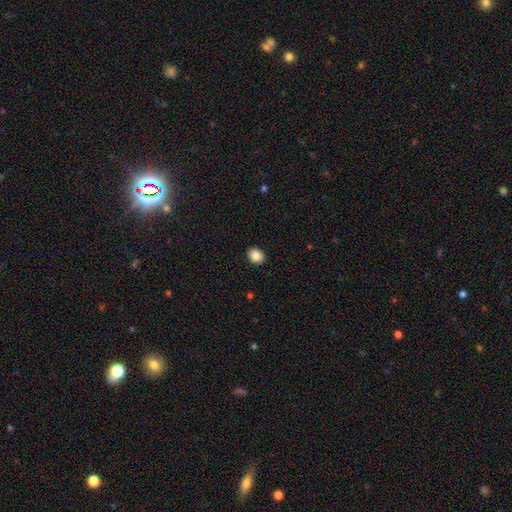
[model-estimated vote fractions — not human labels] This appears to be a smooth galaxy with no disk features (87%) that is round (57%). Merging: none (91%).